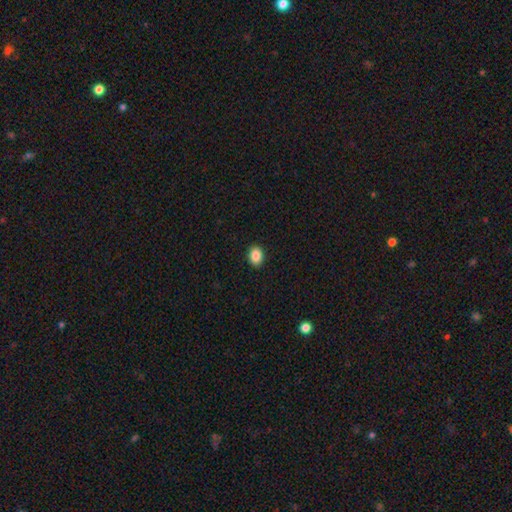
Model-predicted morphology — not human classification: This appears to be a smooth galaxy with no disk features (87%) that is in between round and cigar-shaped (62%). Merging: none (92%).